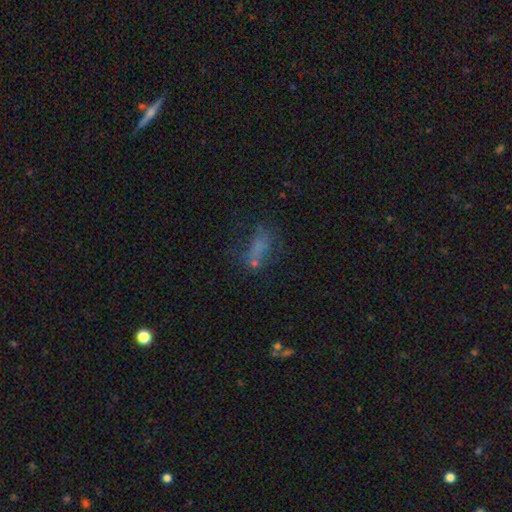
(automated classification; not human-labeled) Smooth or featured? smooth (49%)
Merging? none (43%)